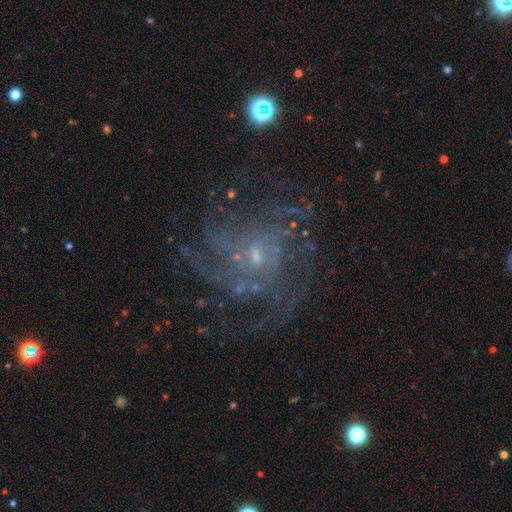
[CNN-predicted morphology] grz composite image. It shows a featured or disk galaxy (79%) with no bar (71%), tight (43%) spiral arms (92%) and a small central bulge (74%). Merging: none (68%).